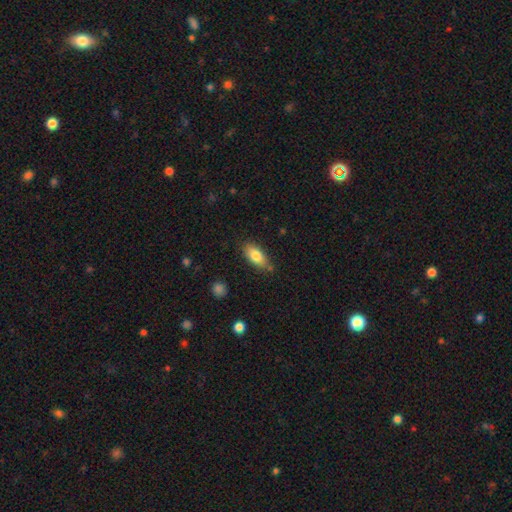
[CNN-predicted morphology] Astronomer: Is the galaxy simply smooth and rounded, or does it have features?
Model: smooth — 81%.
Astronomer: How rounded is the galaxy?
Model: in between — 86%.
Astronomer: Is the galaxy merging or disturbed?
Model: none — 75%.